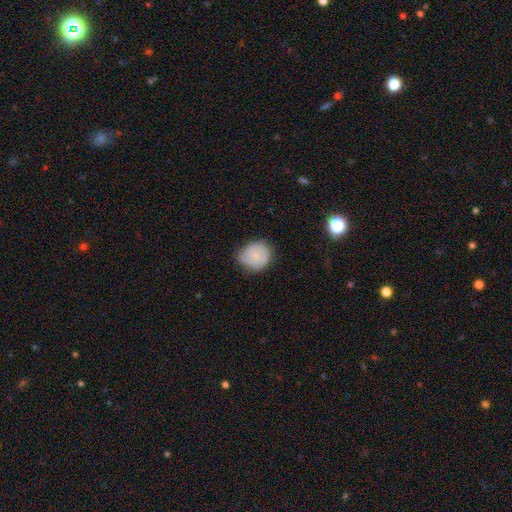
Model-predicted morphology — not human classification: Overall: smooth (72%). How rounded: round (75%). Merging: none (65%; minor disturbance 28%).